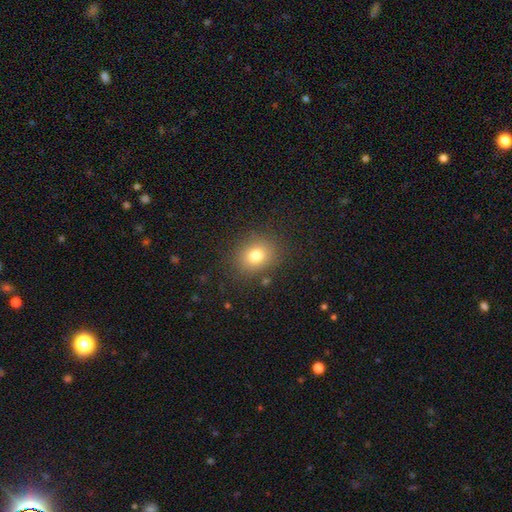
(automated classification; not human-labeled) Smooth or featured? smooth (78%)
How rounded? round (64%)
Merging? none (84%)